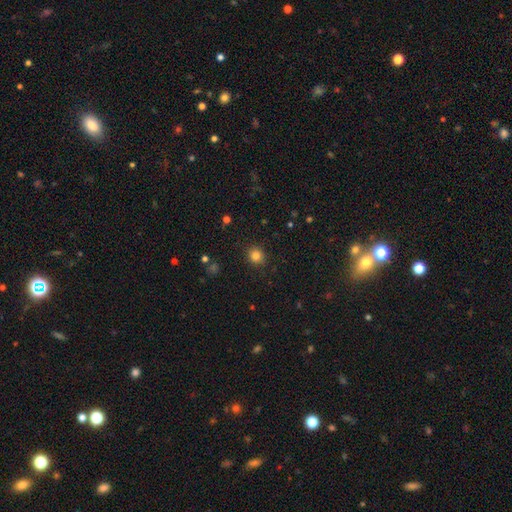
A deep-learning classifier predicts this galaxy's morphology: A smooth galaxy with no disk features (82%) that is round (84%). Merging: none (90%).